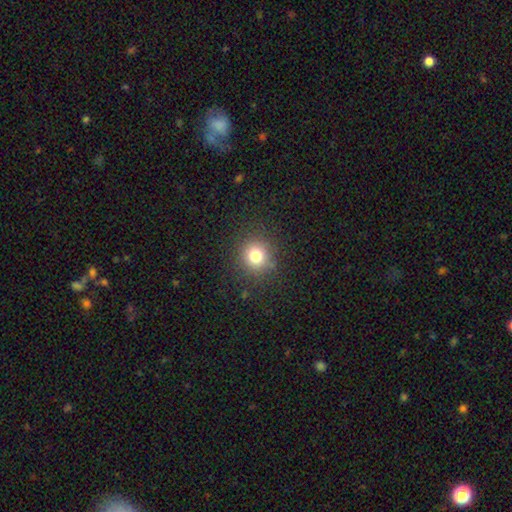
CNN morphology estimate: A smooth galaxy with no disk features (77%) that is round (90%). Merging: none (87%).